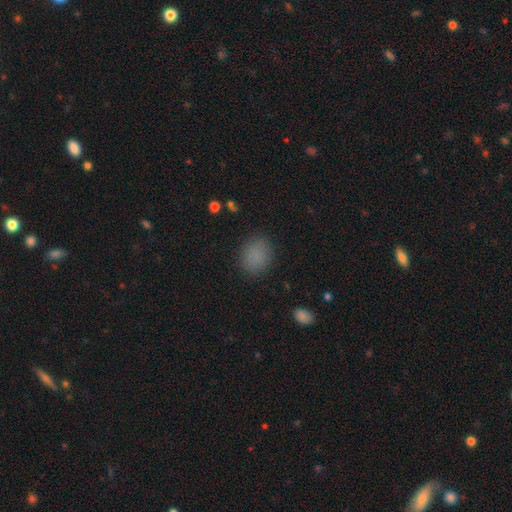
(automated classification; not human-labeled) Morphology: type=smooth (84%); roundness=round (54%); merging=none (85%).